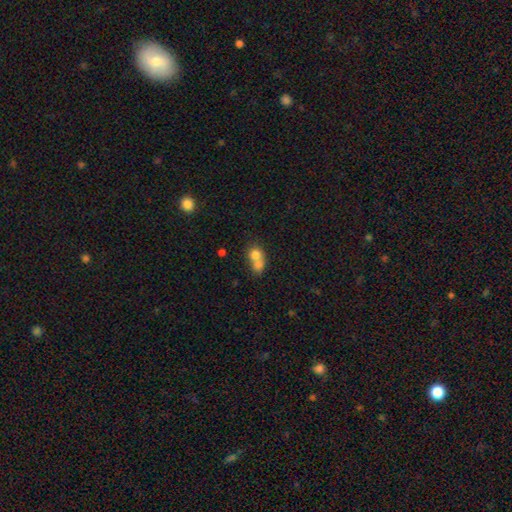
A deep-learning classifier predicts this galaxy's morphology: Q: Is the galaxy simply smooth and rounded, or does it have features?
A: smooth — 74%.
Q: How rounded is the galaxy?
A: round — 69%.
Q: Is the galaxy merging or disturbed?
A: merger — 69%.